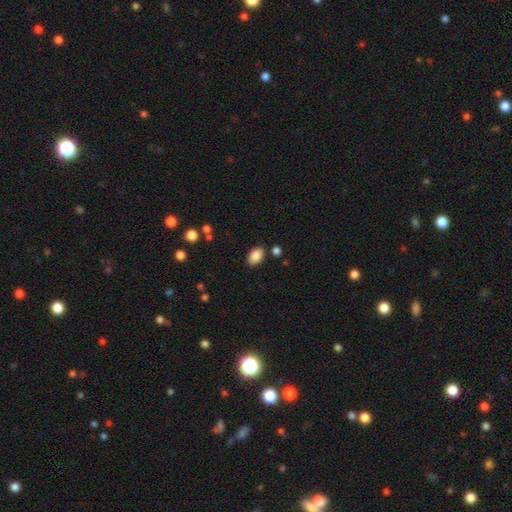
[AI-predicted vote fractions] smooth 87%, star or artifact 8%, featured or disk 5%. Down the decision tree: how rounded — in between (89%); merging — none (84%).